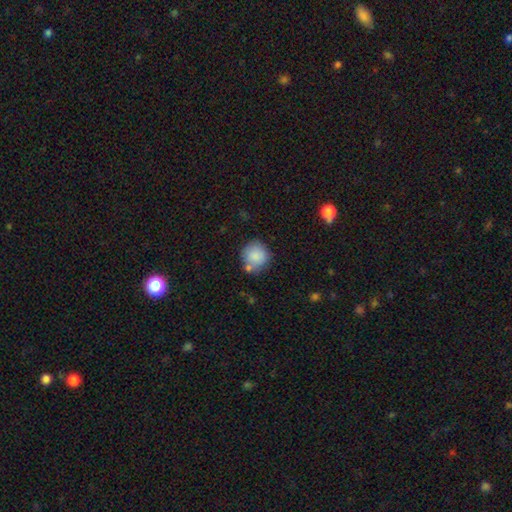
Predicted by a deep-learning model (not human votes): A smooth galaxy with no disk features (85%) that is round (89%).

Vote fractions:
- Smooth or featured? smooth: 85% / star or artifact: 8% / featured or disk: 7%
- How rounded? round: 89% / in between: 10% / cigar-shaped: 1%
- Merging? none: 70% / minor disturbance: 15% / merger: 11% / major disturbance: 4%